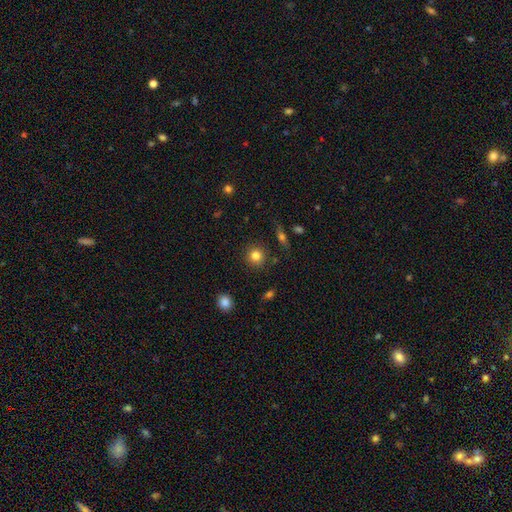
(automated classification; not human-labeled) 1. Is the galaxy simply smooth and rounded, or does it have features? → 81% smooth, 11% star or artifact, 8% featured or disk.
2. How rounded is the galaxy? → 92% round, 7% in between, 1% cigar-shaped.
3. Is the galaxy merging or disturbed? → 88% none, 7% minor disturbance, 2% major disturbance, 2% merger.